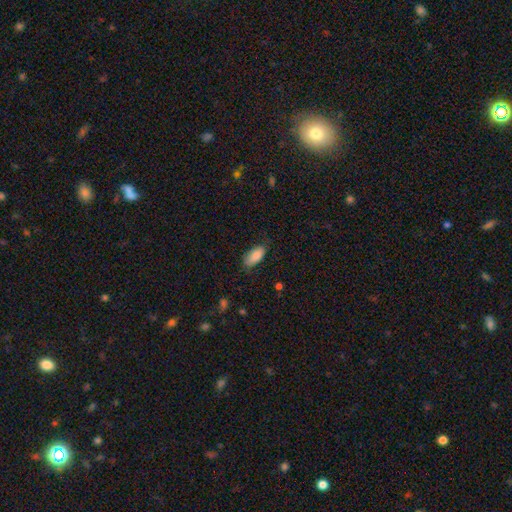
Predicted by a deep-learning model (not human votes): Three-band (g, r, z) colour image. It shows a smooth galaxy with no disk features (87%) that is in between round and cigar-shaped (90%). Merging: none (74%).